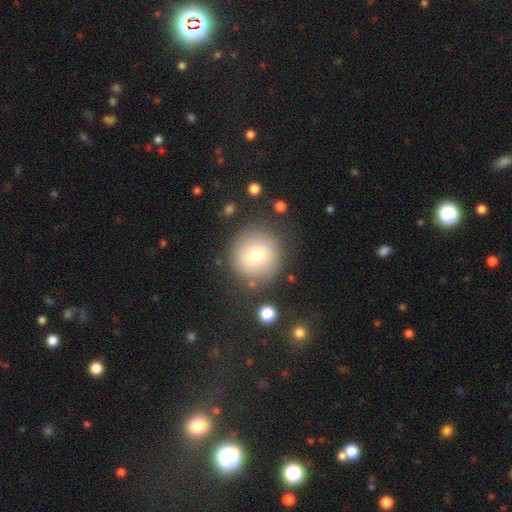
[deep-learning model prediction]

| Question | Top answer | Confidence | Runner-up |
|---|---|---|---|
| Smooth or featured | smooth | 71% | featured or disk (17%) |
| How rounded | round | 95% | in between (4%) |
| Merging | none | 83% | minor disturbance (10%) |